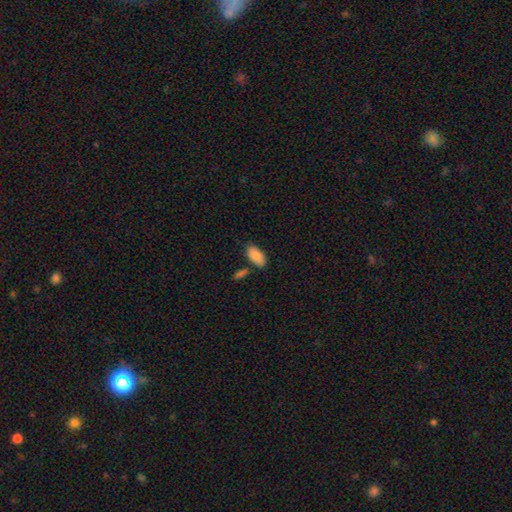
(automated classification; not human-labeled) Overall: smooth (89%). How rounded: in between (93%). Merging: none (70%).